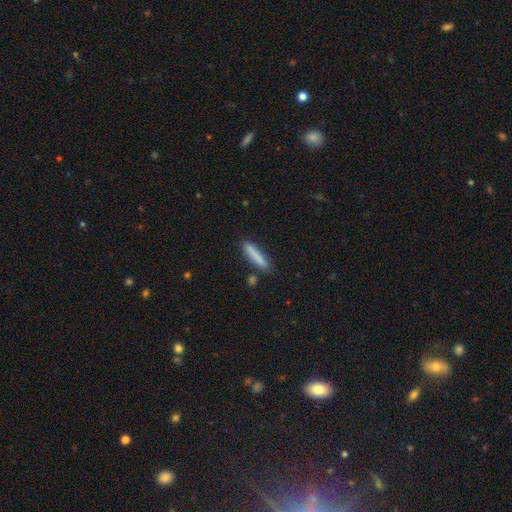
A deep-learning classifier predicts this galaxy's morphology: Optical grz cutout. It shows a smooth galaxy with no disk features (83%) that is cigar-shaped (88%). Merging: none (83%).